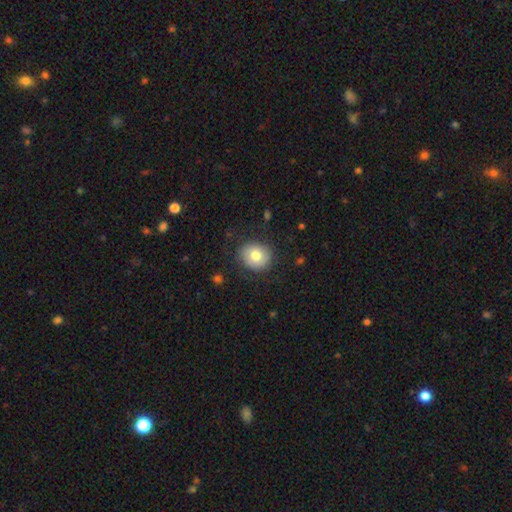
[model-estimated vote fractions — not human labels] The model was most divided on "how rounded": round: 74%, in between: 25%, cigar-shaped: 1%. More confident: merging — none (83%); smooth or featured — smooth (76%).